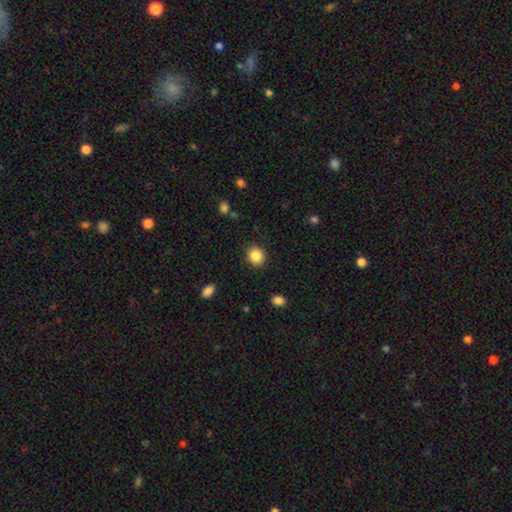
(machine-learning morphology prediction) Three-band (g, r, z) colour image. It shows a smooth galaxy with no disk features (86%) that is round (82%). Merging: none (89%).